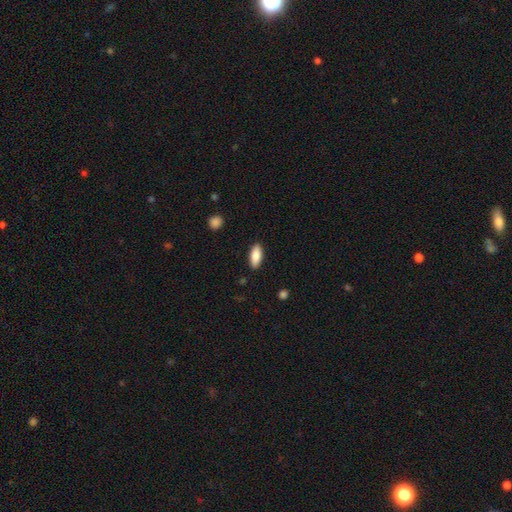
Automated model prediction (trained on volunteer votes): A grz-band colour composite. It shows a smooth galaxy with no disk features (86%) that is in between round and cigar-shaped (82%). Merging: none (89%).